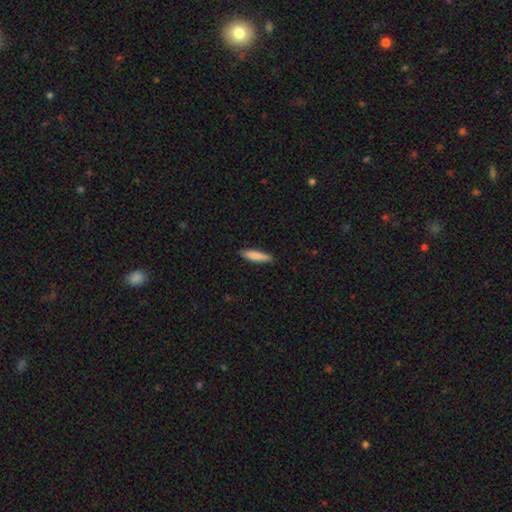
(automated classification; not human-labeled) smooth-or-featured: smooth: 84% | featured or disk: 11% | star or artifact: 6%
  how-rounded: cigar-shaped: 78% | in between: 20% | round: 1%
  merging: none: 87% | minor disturbance: 10% | major disturbance: 2% | merger: 1%